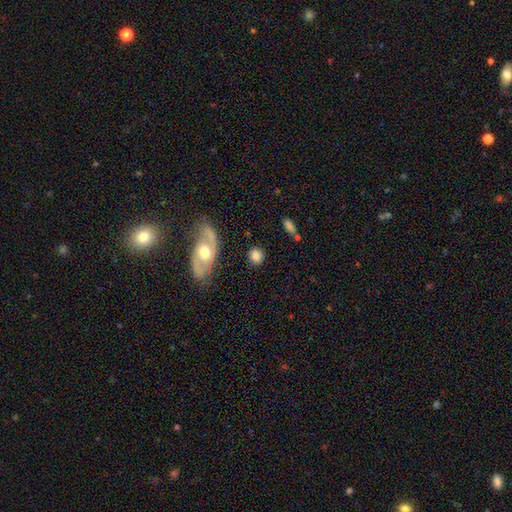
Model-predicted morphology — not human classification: This appears to be a smooth galaxy with no disk features (75%) that is round (75%). Merging: none (83%).